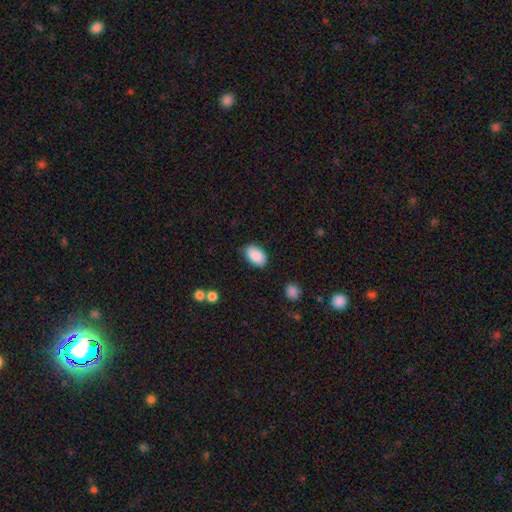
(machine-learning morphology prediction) Smooth or featured? Predicted: smooth (p=0.88). How rounded? Predicted: in between (p=0.92). Merging? Predicted: none (p=0.80).